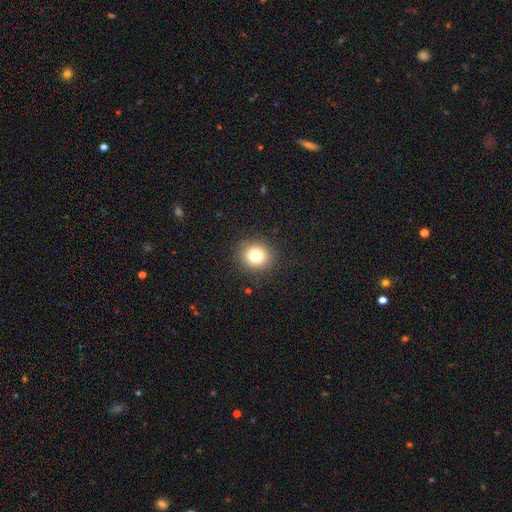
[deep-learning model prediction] This is likely a smooth galaxy (79%). How rounded: clearly round (86%). Merging: clearly none (89%).